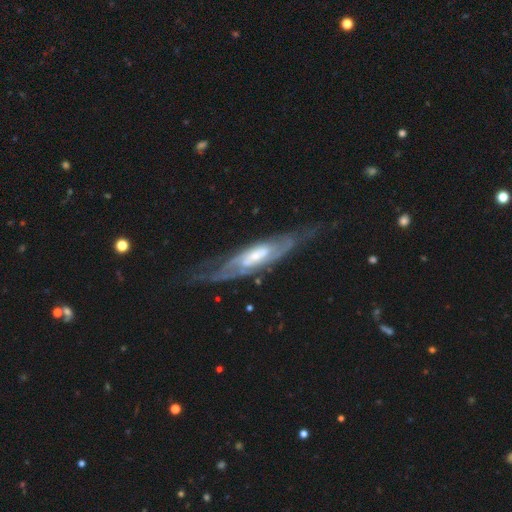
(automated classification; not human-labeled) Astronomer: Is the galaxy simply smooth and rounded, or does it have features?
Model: featured or disk — 84%.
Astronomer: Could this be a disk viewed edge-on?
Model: no — 75%.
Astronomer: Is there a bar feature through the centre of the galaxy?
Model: weak — 41% (runner-up: no, 39%).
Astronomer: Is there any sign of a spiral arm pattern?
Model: yes — 91%.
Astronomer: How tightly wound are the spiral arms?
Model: tight — 51% (runner-up: medium, 39%).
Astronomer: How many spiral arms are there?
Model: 2 — 52% (runner-up: can't tell, 34%).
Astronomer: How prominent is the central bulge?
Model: moderate — 42%, tied with small at 42%.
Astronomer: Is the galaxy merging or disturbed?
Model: none — 67%.